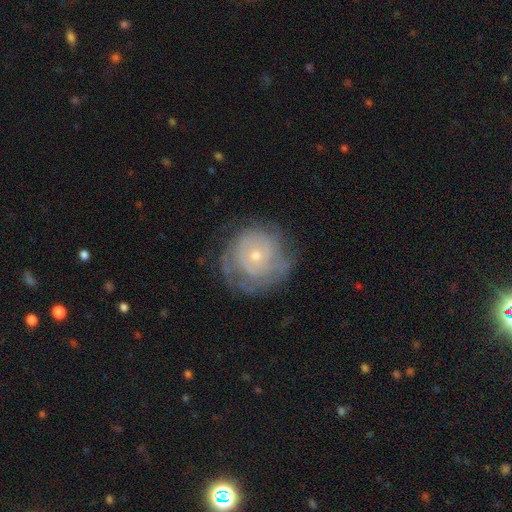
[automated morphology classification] Smooth or featured? featured or disk (66%)
Edge-on disk? no (97%)
Bar? no (85%)
Spiral arms? yes (74%)
Bulge size? small (69%)
Merging? none (70%)